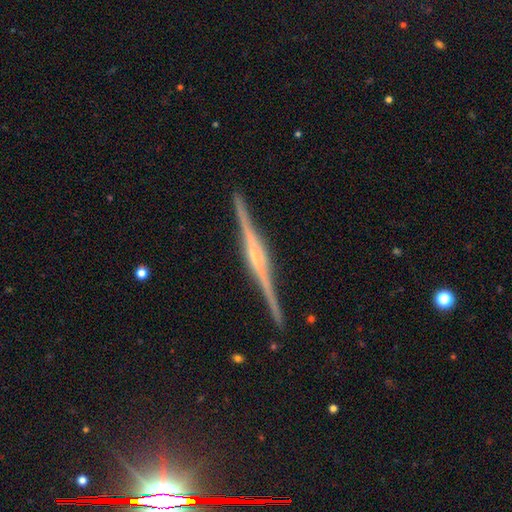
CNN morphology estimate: This appears to be a featured or disk galaxy (88%) viewed edge-on (99%) with a rounded central bulge (49%). Merging: none (92%).